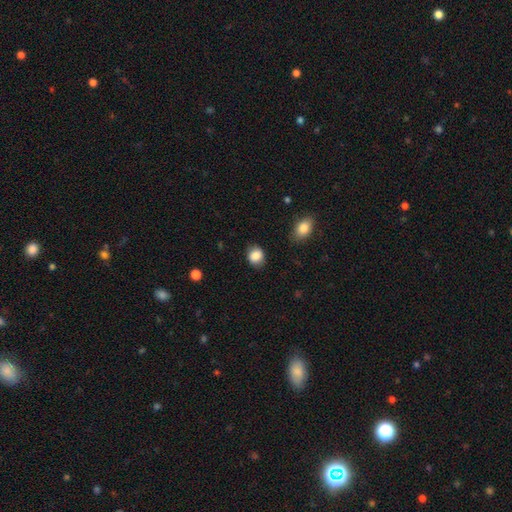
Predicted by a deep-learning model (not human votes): smooth 87%, star or artifact 8%, featured or disk 5%. Down the decision tree: how rounded — round (71%); merging — none (81%).